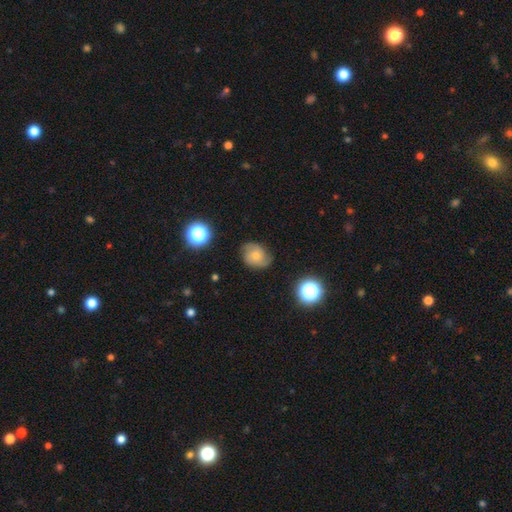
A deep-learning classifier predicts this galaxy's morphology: featured or disk 53%, smooth 36%, star or artifact 11%. Down the decision tree: edge-on disk — no (97%); bar — no (76%); spiral arms — yes (89%); bulge size — small (48%); merging — none (71%).